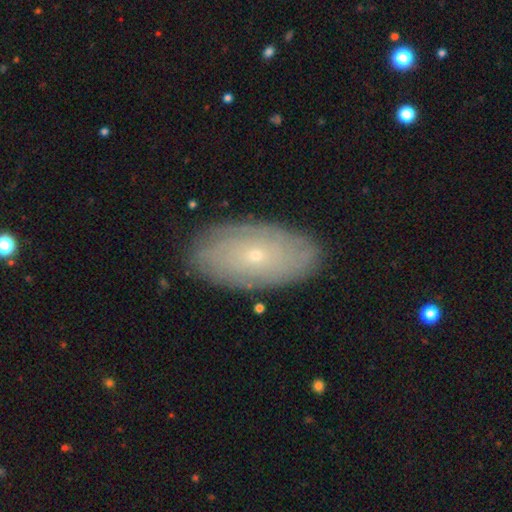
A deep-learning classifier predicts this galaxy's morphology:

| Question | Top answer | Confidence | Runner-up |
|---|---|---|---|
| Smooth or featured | featured or disk | 60% | smooth (33%) |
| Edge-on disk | no | 91% | yes (9%) |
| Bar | no | 87% | weak (10%) |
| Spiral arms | yes | 66% | no (34%) |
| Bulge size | small | 83% | moderate (14%) |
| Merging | none | 86% | minor disturbance (11%) |